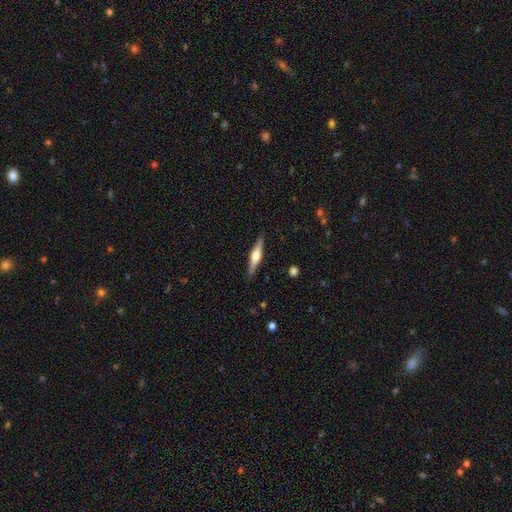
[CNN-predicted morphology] Smooth or featured? Predicted: featured or disk (p=0.70). Edge-on disk? Predicted: yes (p=0.98). Edge-on bulge? Predicted: rounded (p=0.89). Merging? Predicted: none (p=0.89).